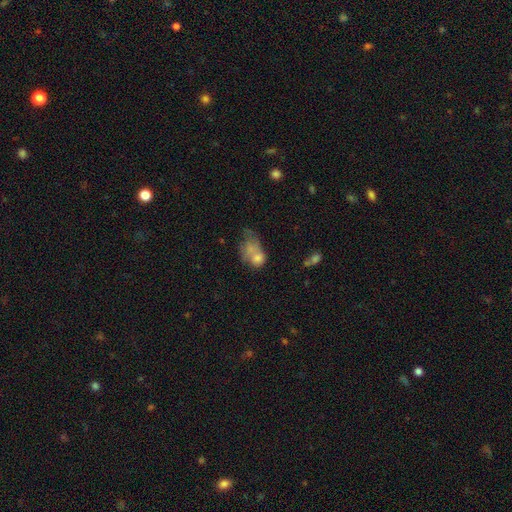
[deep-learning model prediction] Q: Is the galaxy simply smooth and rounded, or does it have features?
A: smooth — 65%.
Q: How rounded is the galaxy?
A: in between — 71%.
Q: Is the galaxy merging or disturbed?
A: merger — 39%.